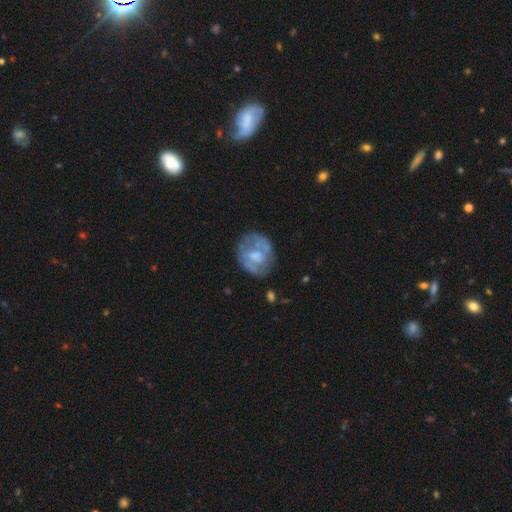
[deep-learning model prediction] Smooth or featured? featured or disk (59%)
Edge-on disk? no (97%)
Bar? no (62%)
Spiral arms? no (60%)
Bulge size? moderate (39%)
Merging? none (56%)